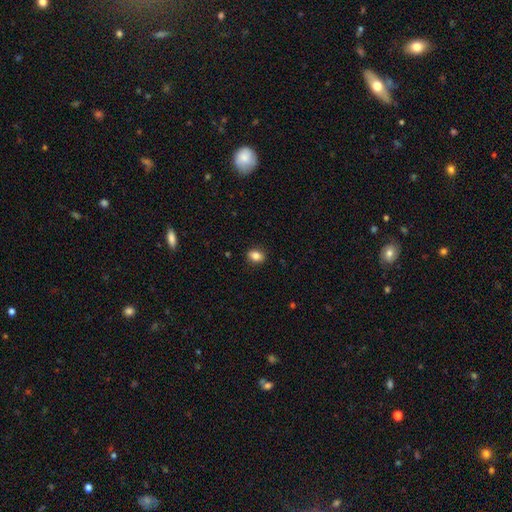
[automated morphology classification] Smooth or featured?
  - smooth: 84% *
  - star or artifact: 9%
  - featured or disk: 7%
How rounded?
  - in between: 61% *
  - round: 38%
  - cigar-shaped: 1%
Merging?
  - none: 87% *
  - minor disturbance: 10%
  - major disturbance: 2%
  - merger: 1%